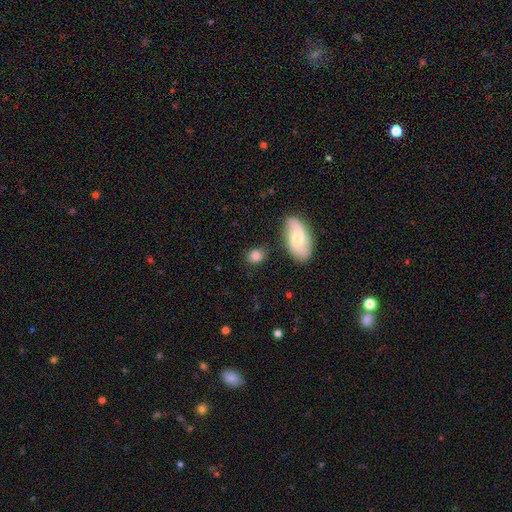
smooth 89%, featured or disk 5%, star or artifact 5%. Down the decision tree: how rounded — in between (61%); merging — none (69%).